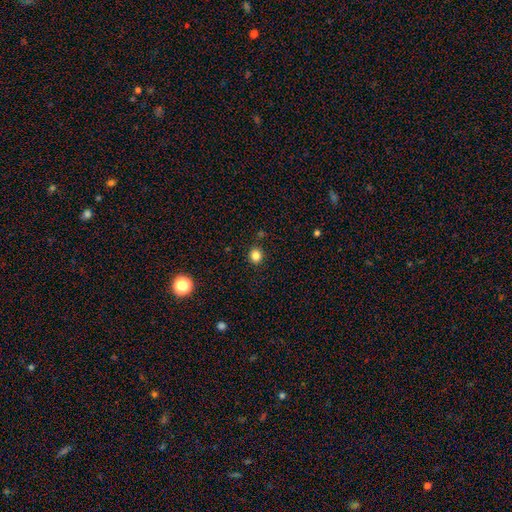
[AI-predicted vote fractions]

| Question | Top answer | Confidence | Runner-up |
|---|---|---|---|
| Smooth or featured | smooth | 83% | star or artifact (13%) |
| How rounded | round | 83% | in between (16%) |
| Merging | none | 88% | minor disturbance (7%) |